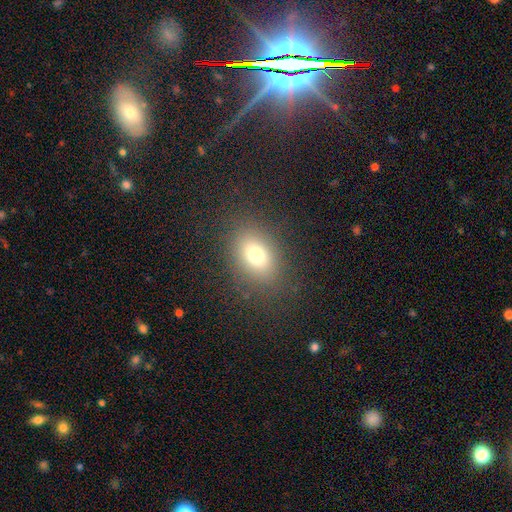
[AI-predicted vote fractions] Smooth or featured? Predicted: smooth (p=0.73). How rounded? Predicted: in between (p=0.67). Merging? Predicted: none (p=0.84).